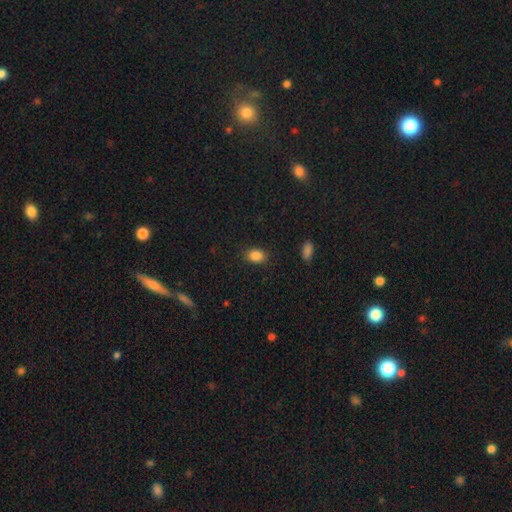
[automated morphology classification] type=smooth (86%); roundness=in between (77%); merging=none (86%).